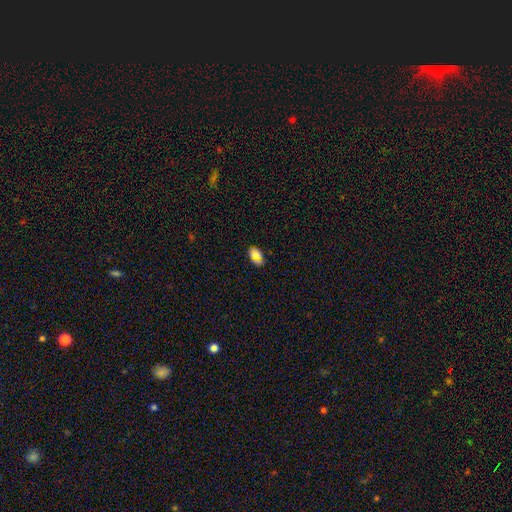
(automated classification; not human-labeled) smooth_or_featured: smooth (p=0.69) [alt: star or artifact p=0.21]
how_rounded: in between (p=0.86) [alt: round p=0.12]
merging: none (p=0.80) [alt: minor disturbance p=0.14]